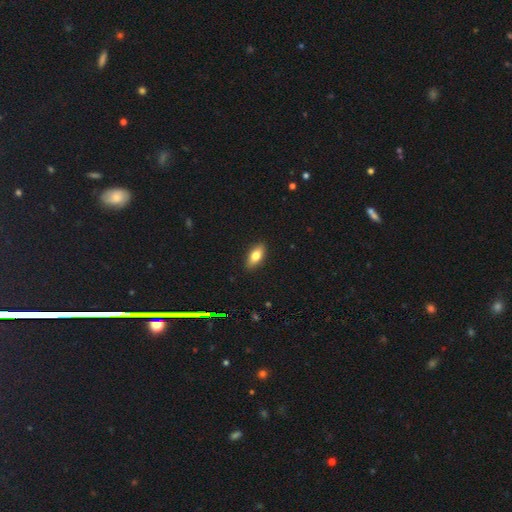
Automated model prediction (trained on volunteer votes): This is likely a smooth galaxy (77%). How rounded: clearly in between (82%). Merging: clearly none (89%).